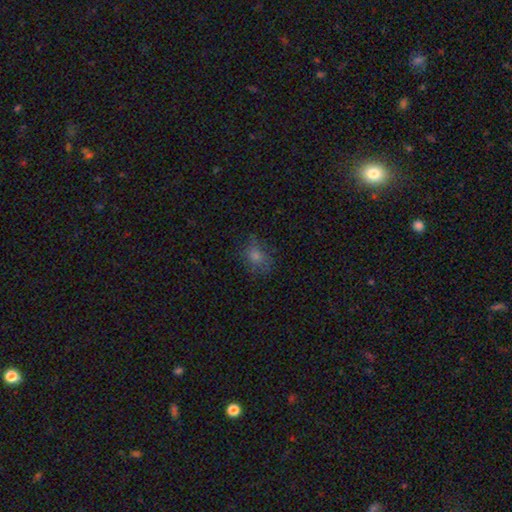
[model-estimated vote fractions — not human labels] smooth 66%, star or artifact 21%, featured or disk 13%. Down the decision tree: how rounded — in between (51%); merging — none (69%).